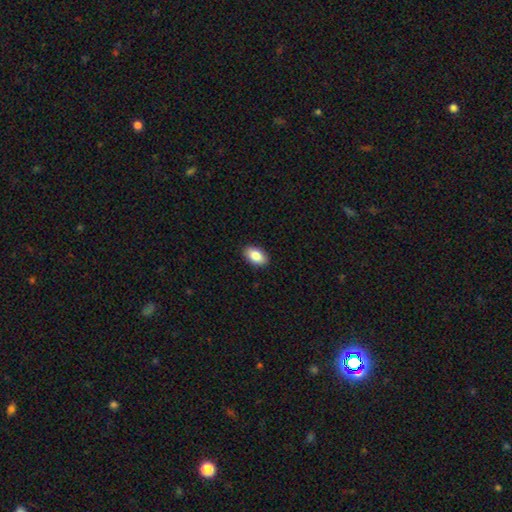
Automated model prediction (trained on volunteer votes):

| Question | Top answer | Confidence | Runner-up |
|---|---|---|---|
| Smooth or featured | smooth | 85% | featured or disk (8%) |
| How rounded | in between | 93% | round (5%) |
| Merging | none | 90% | minor disturbance (7%) |